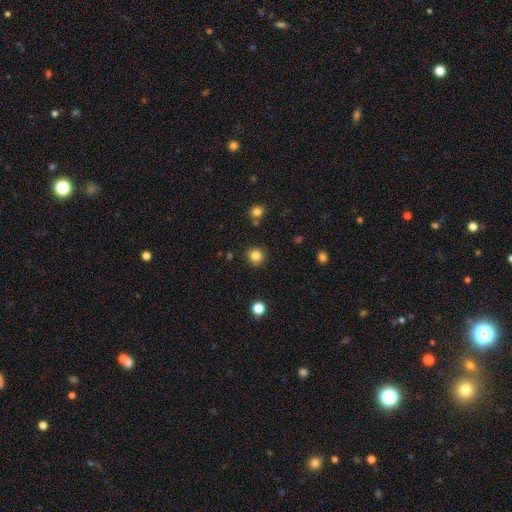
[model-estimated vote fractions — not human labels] smooth-or-featured: smooth: 83% | star or artifact: 12% | featured or disk: 5%
  how-rounded: round: 93% | in between: 6% | cigar-shaped: 1%
  merging: none: 88% | minor disturbance: 7% | merger: 2% | major disturbance: 2%